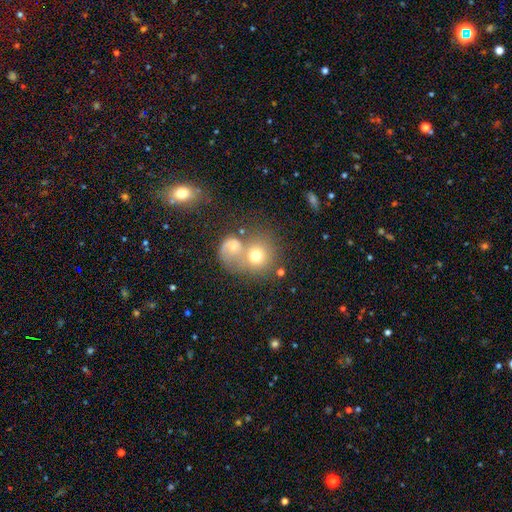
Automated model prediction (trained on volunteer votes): Smooth or featured? Predicted: smooth (p=0.65). How rounded? Predicted: round (p=0.81). Merging? Predicted: merger (p=0.51).